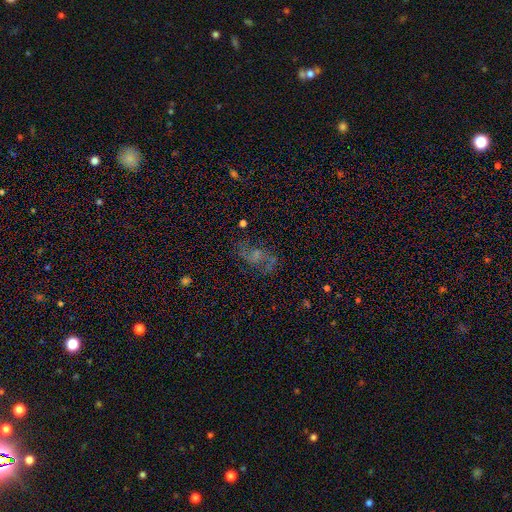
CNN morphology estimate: featured or disk 56%, smooth 24%, star or artifact 20%. Down the decision tree: edge-on disk — no (96%); bar — no (57%); spiral arms — yes (76%); bulge size — small (37%); merging — none (56%).